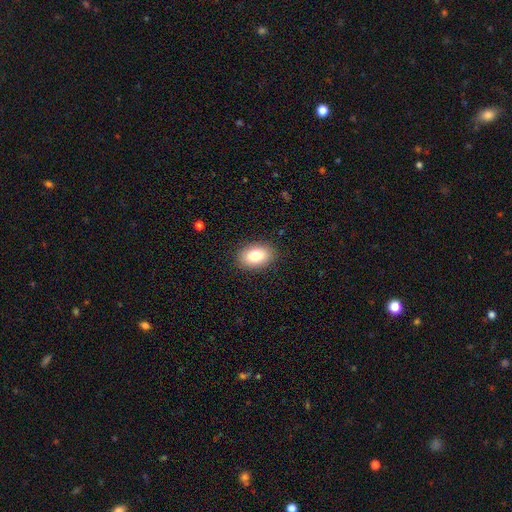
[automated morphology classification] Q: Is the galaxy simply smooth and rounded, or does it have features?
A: smooth — 81%.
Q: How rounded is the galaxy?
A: in between — 86%.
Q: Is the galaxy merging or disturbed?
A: none — 88%.